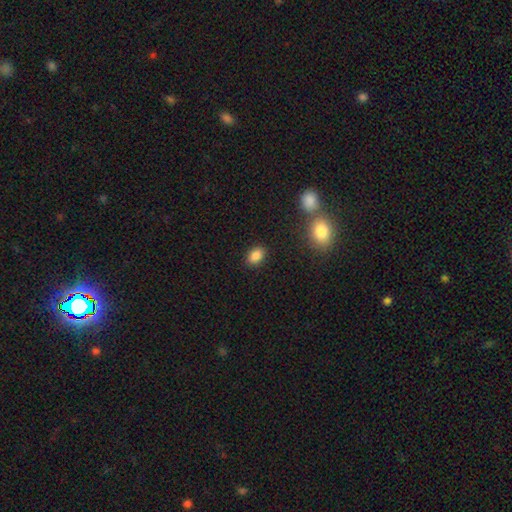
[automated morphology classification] Smooth or featured? Predicted: smooth (p=0.85). How rounded? Predicted: in between (p=0.83). Merging? Predicted: none (p=0.87).